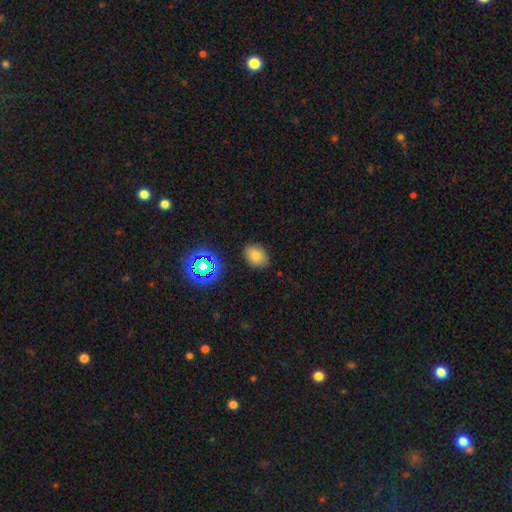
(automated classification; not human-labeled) smooth-or-featured: smooth: 76% | star or artifact: 16% | featured or disk: 8%
  how-rounded: in between: 68% | round: 31% | cigar-shaped: 1%
  merging: none: 83% | minor disturbance: 12% | major disturbance: 3% | merger: 2%